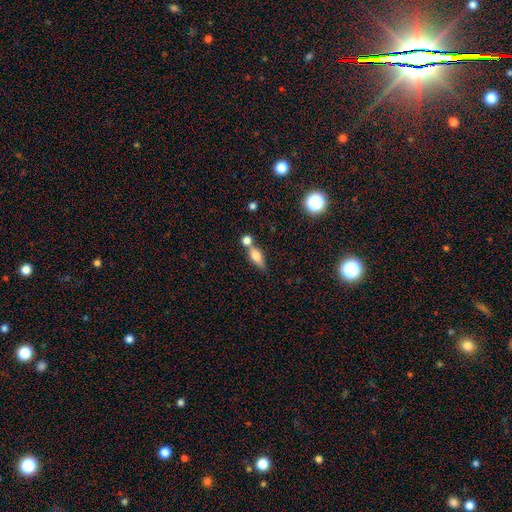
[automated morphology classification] smooth-or-featured: smooth: 58% | featured or disk: 32% | star or artifact: 10%
  how-rounded: in between: 56% | cigar-shaped: 34% | round: 10%
  merging: none: 47% | merger: 35% | minor disturbance: 12% | major disturbance: 5%